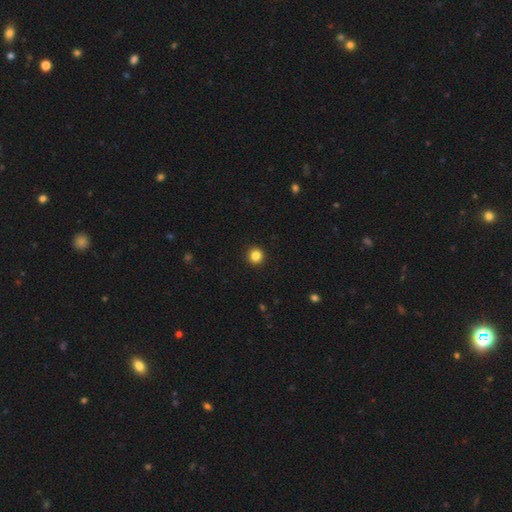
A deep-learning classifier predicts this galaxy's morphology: smooth-or-featured: smooth: 85% | star or artifact: 11% | featured or disk: 4%
  how-rounded: round: 94% | in between: 5% | cigar-shaped: 1%
  merging: none: 93% | minor disturbance: 4% | major disturbance: 2% | merger: 1%